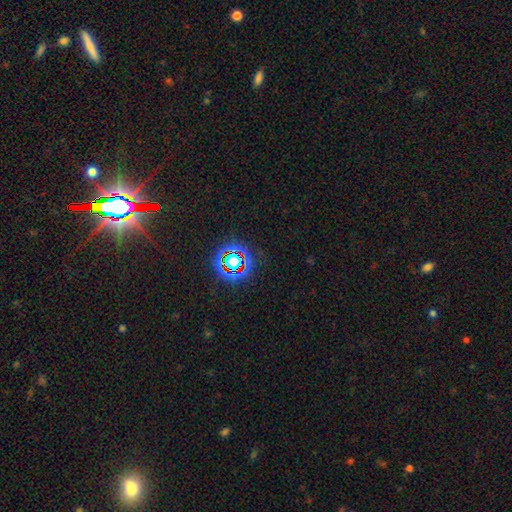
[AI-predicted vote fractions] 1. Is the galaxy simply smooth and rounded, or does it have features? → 78% star or artifact, 12% smooth, 10% featured or disk.